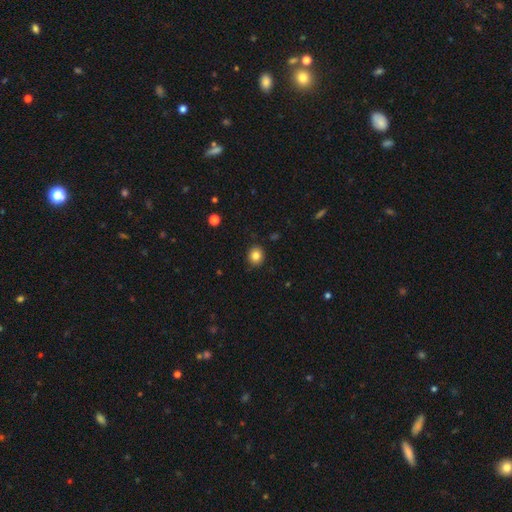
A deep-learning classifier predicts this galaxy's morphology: smooth-or-featured: smooth: 83% | star or artifact: 11% | featured or disk: 6%
  how-rounded: round: 77% | in between: 22% | cigar-shaped: 1%
  merging: none: 89% | minor disturbance: 8% | major disturbance: 2% | merger: 1%